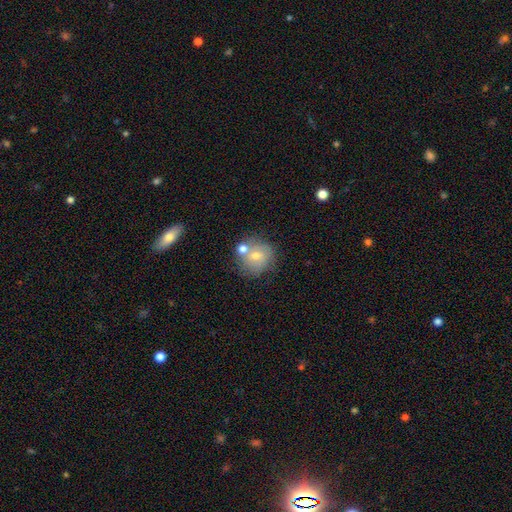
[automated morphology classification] A smooth galaxy with no disk features (60%) that is round (84%). Merging: none (55%).